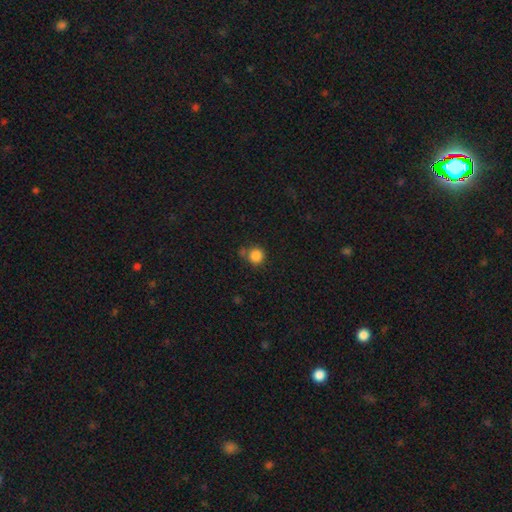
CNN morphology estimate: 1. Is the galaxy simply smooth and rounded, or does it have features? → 85% smooth, 11% star or artifact, 4% featured or disk.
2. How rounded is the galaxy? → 93% round, 6% in between, 1% cigar-shaped.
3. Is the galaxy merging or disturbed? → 69% none, 14% minor disturbance, 13% merger, 4% major disturbance.